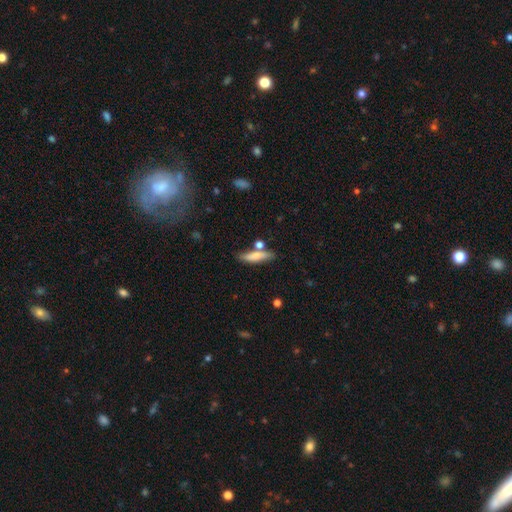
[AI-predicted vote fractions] smooth_or_featured: smooth (p=0.68) [alt: featured or disk p=0.25]
how_rounded: cigar-shaped (p=0.73) [alt: in between p=0.24]
merging: none (p=0.69) [alt: minor disturbance p=0.15]